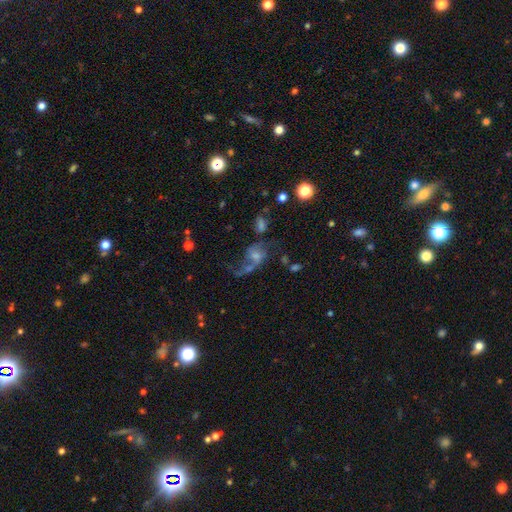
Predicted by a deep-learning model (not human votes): Q: Smooth or featured?
A: featured or disk (58%); runner-up: smooth (23%)
Q: Edge-on disk?
A: no (96%); runner-up: yes (4%)
Q: Bar?
A: no (67%); runner-up: weak (28%)
Q: Spiral arms?
A: yes (78%); runner-up: no (22%)
Q: Bulge size?
A: small (40%); runner-up: moderate (37%)
Q: Merging?
A: none (35%); runner-up: major disturbance (28%)